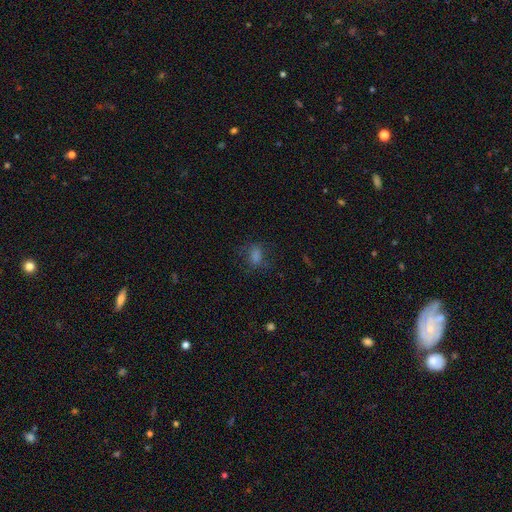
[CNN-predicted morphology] smooth-or-featured: smooth: 61% | star or artifact: 26% | featured or disk: 13%
  how-rounded: in between: 55% | round: 43% | cigar-shaped: 3%
  merging: none: 72% | minor disturbance: 16% | major disturbance: 10% | merger: 1%